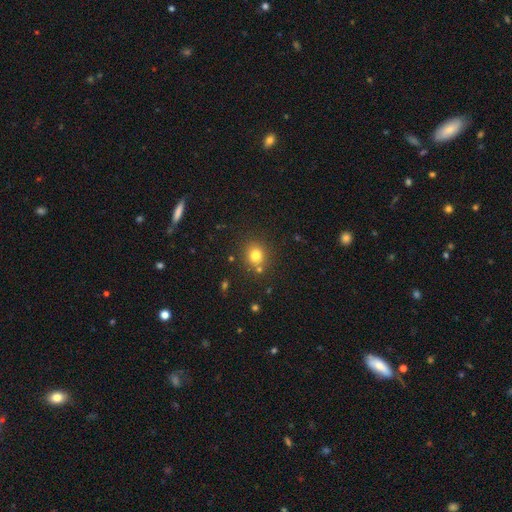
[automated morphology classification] Smooth or featured? smooth (77%)
How rounded? round (83%)
Merging? none (79%)